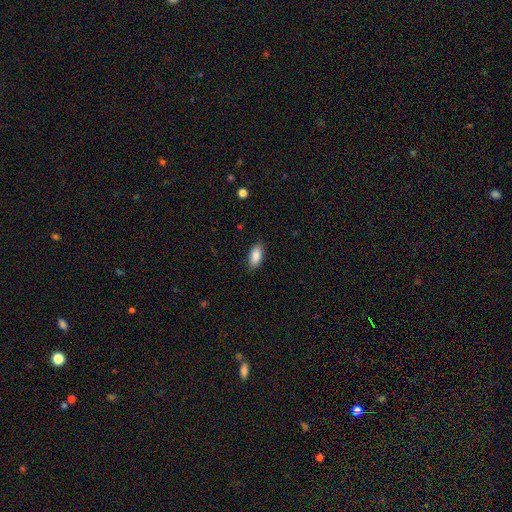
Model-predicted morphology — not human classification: This appears to be a smooth galaxy with no disk features (88%) that is in between round and cigar-shaped (88%). Merging: none (85%).